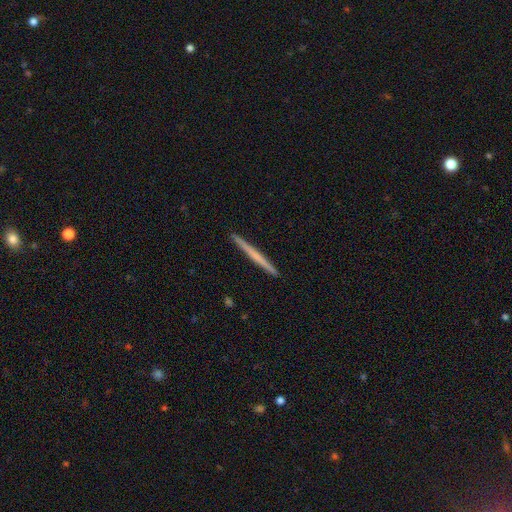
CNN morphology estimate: A smooth galaxy with no disk features (48%).

Vote fractions:
- Smooth or featured? smooth: 48% / featured or disk: 47% / star or artifact: 5%
- Merging? none: 93% / minor disturbance: 5% / major disturbance: 1% / merger: 1%